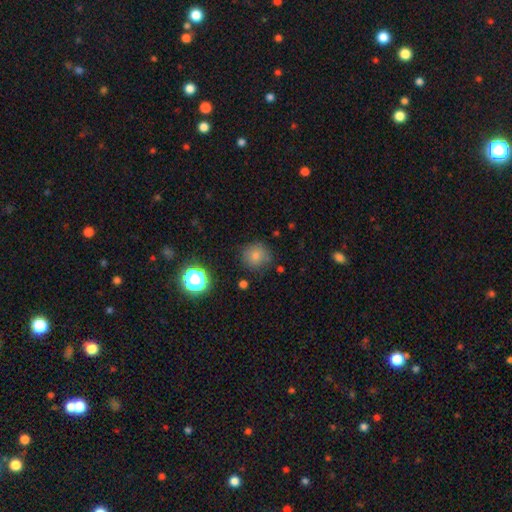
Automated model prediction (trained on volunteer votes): Morphology: type=smooth (77%); roundness=round (90%); merging=none (79%).